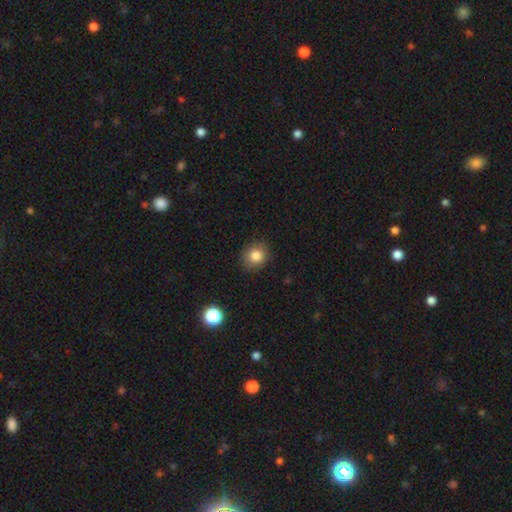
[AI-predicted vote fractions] Smooth or featured? smooth (83%)
How rounded? round (72%)
Merging? none (87%)